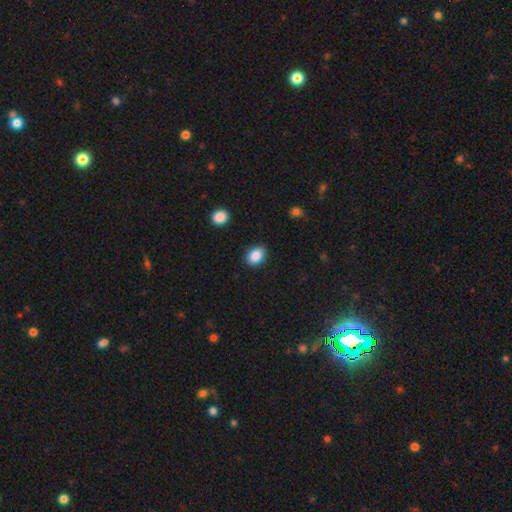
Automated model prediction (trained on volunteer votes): Smooth or featured? Predicted: smooth (p=0.87). How rounded? Predicted: in between (p=0.69). Merging? Predicted: none (p=0.87).